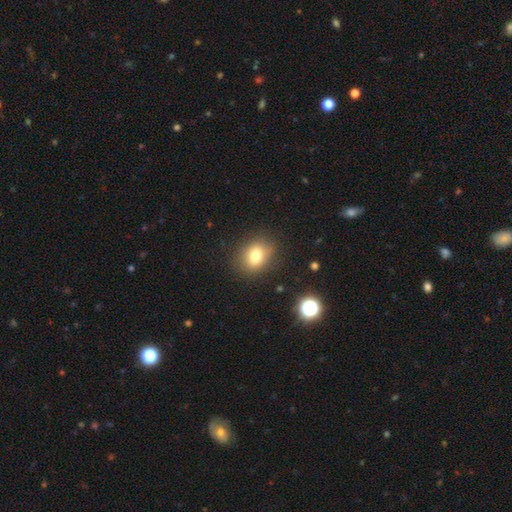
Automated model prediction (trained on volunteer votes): Morphology: type=smooth (75%); roundness=round (52%); merging=none (82%).